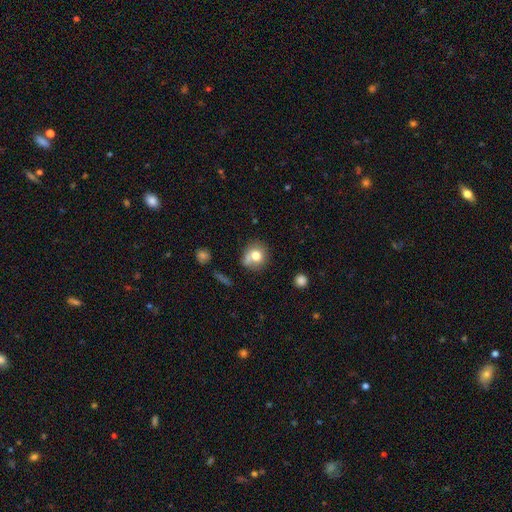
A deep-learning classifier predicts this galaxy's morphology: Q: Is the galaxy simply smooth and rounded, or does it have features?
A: smooth — 75%.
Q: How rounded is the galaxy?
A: round — 81%.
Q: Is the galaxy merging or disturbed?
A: none — 58%.